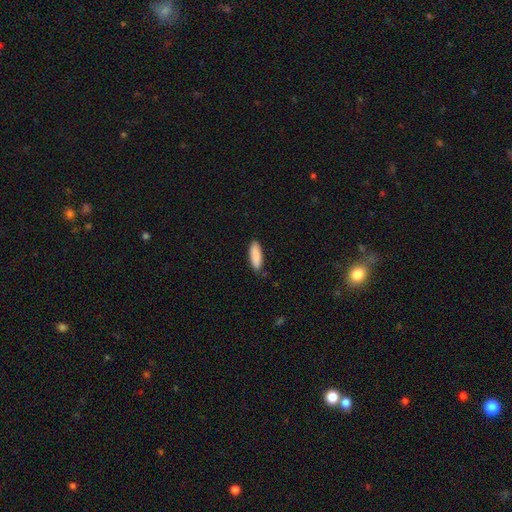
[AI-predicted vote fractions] Overall: smooth (90%). How rounded: in between (55%; cigar-shaped 44%). Merging: none (85%).